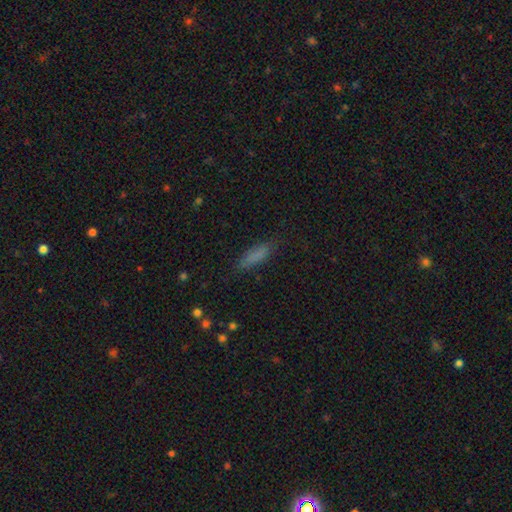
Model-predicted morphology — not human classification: The model was most divided on "how rounded": cigar-shaped: 66%, in between: 32%, round: 2%. More confident: smooth or featured — smooth (80%); merging — none (80%).